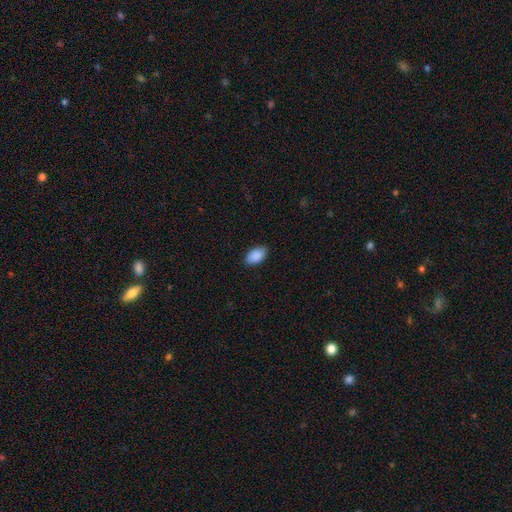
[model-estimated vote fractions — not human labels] This is clearly a smooth galaxy (90%). How rounded: clearly in between (94%). Merging: clearly none (85%).